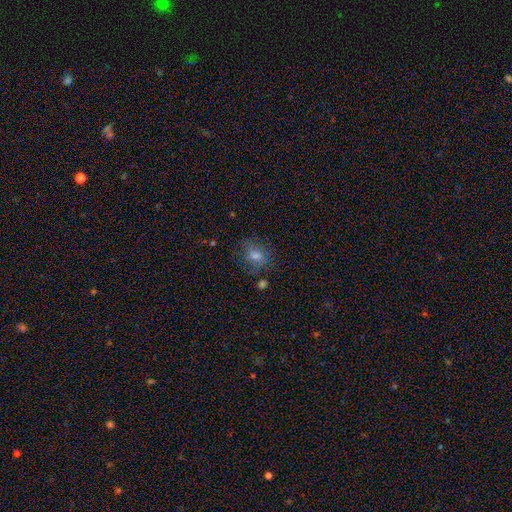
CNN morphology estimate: Smooth or featured?
  - smooth: 62% *
  - star or artifact: 22%
  - featured or disk: 17%
How rounded?
  - round: 59% *
  - in between: 40%
  - cigar-shaped: 2%
Merging?
  - none: 73% *
  - minor disturbance: 16%
  - major disturbance: 6%
  - merger: 4%